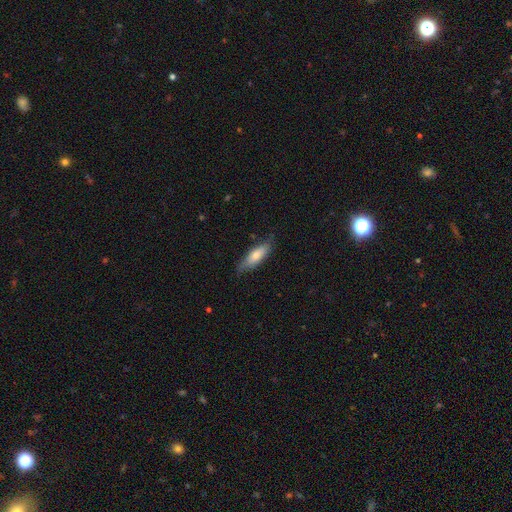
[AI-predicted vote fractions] Overall: smooth (67%; featured or disk 27%). How rounded: cigar-shaped (50%; in between 48%). Merging: none (75%).